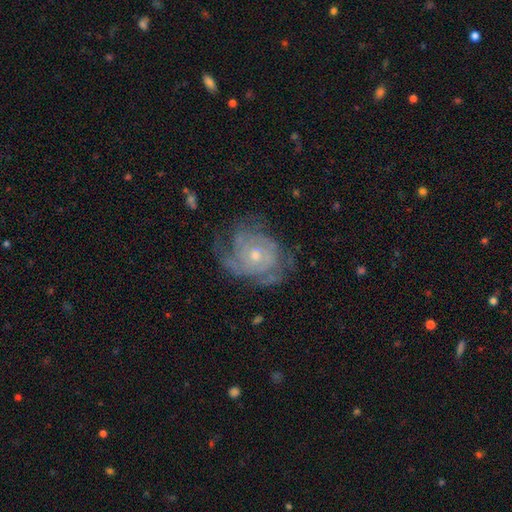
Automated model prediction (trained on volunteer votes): Smooth or featured?
  - featured or disk: 82% *
  - smooth: 11%
  - star or artifact: 7%
Edge-on disk?
  - no: 97% *
  - yes: 3%
Bar?
  - no: 80% *
  - weak: 17%
  - strong: 3%
Spiral arms?
  - yes: 89% *
  - no: 11%
Spiral winding?
  - tight: 65% *
  - medium: 27%
  - loose: 8%
Spiral arm count?
  - can't tell: 43% *
  - 3: 18%
  - 2: 16%
  - 4: 12%
  - more than 4: 6%
  - 1: 6%
Bulge size?
  - small: 57% *
  - moderate: 39%
  - none: 1%
  - large: 1%
  - dominant: 1%
Merging?
  - none: 59% *
  - minor disturbance: 23%
  - major disturbance: 16%
  - merger: 2%